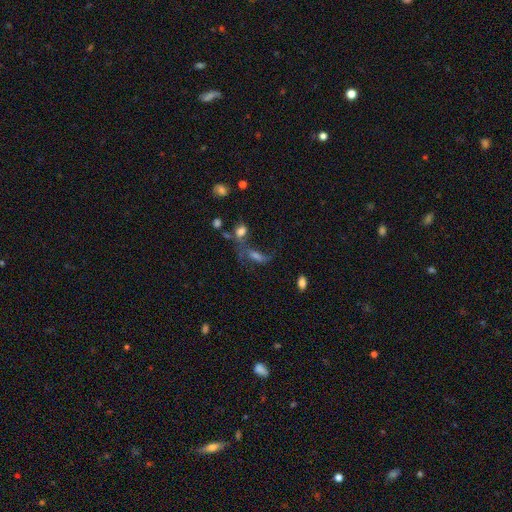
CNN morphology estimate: smooth 38%, featured or disk 37%, star or artifact 24%. Down the decision tree: merging — merger (34%).